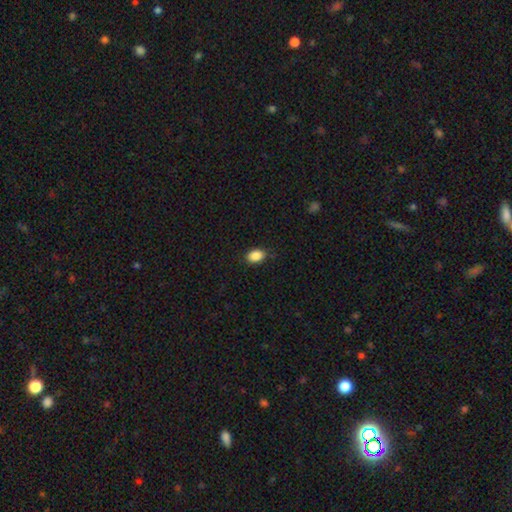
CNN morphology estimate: Q: Smooth or featured?
A: smooth (89%); runner-up: star or artifact (8%)
Q: How rounded?
A: in between (80%); runner-up: round (19%)
Q: Merging?
A: none (84%); runner-up: minor disturbance (13%)